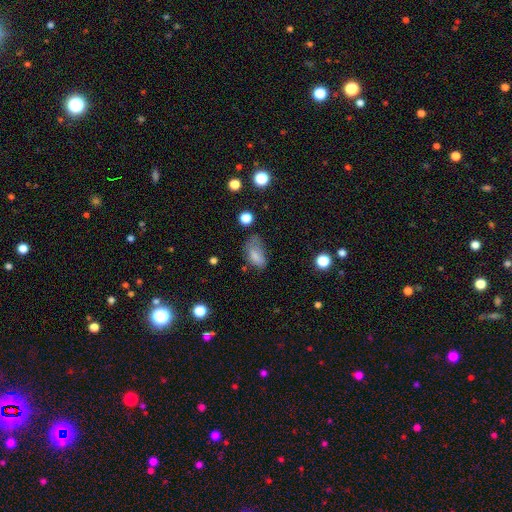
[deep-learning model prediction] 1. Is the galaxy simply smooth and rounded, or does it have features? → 74% smooth, 15% featured or disk, 11% star or artifact.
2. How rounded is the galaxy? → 89% in between, 6% round, 5% cigar-shaped.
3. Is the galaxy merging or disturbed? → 38% none, 35% minor disturbance, 23% major disturbance, 3% merger.